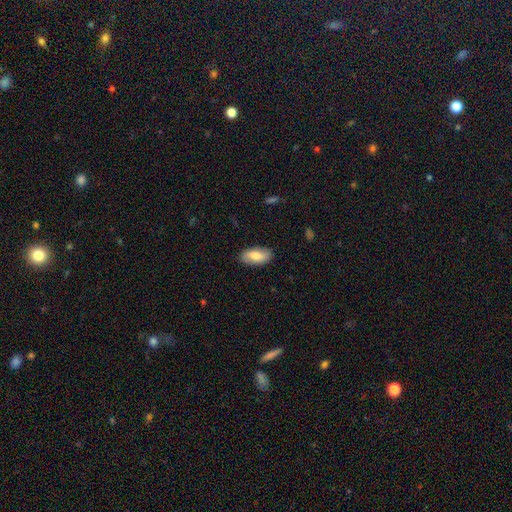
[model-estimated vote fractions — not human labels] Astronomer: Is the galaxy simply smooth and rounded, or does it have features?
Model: smooth — 67%.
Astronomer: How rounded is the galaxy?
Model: in between — 91%.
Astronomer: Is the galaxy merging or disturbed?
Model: none — 85%.